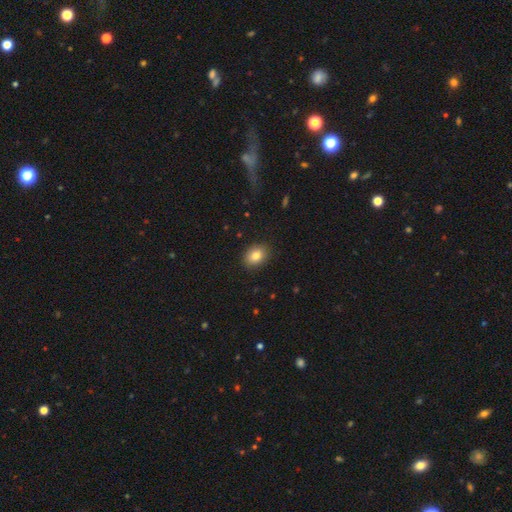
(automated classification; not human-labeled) This appears to be a smooth galaxy with no disk features (82%) that is in between round and cigar-shaped (60%). Merging: none (88%).